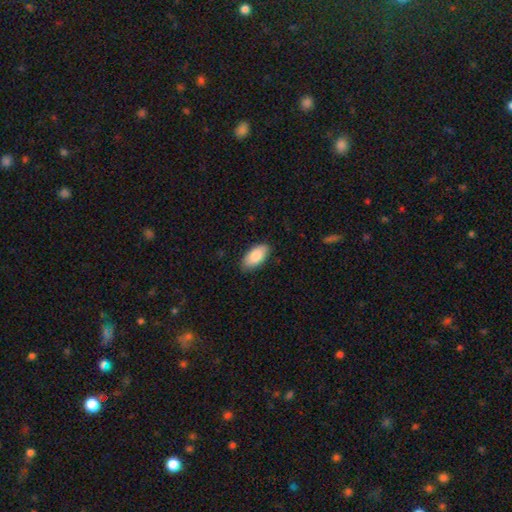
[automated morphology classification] This appears to be a smooth galaxy with no disk features (87%) that is in between round and cigar-shaped (94%). Merging: none (86%).